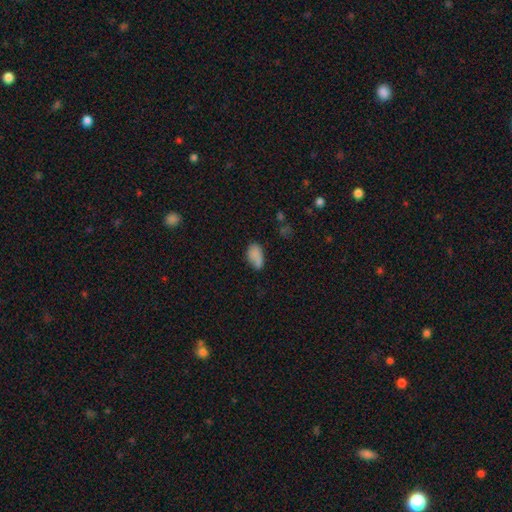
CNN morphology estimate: A smooth galaxy with no disk features (81%) that is in between round and cigar-shaped (91%).

Vote fractions:
- Smooth or featured? smooth: 81% / star or artifact: 10% / featured or disk: 9%
- How rounded? in between: 91% / round: 6% / cigar-shaped: 2%
- Merging? none: 54% / minor disturbance: 29% / major disturbance: 10% / merger: 7%